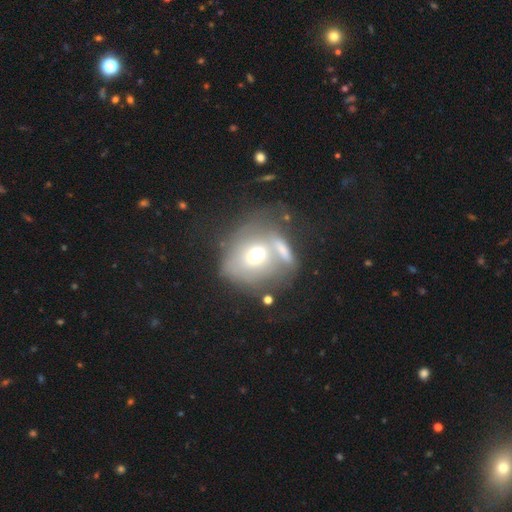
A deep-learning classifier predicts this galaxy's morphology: smooth-or-featured: smooth: 56% | featured or disk: 34% | star or artifact: 10%
  how-rounded: round: 75% | in between: 24% | cigar-shaped: 2%
  merging: none: 38% | merger: 32% | minor disturbance: 17% | major disturbance: 13%